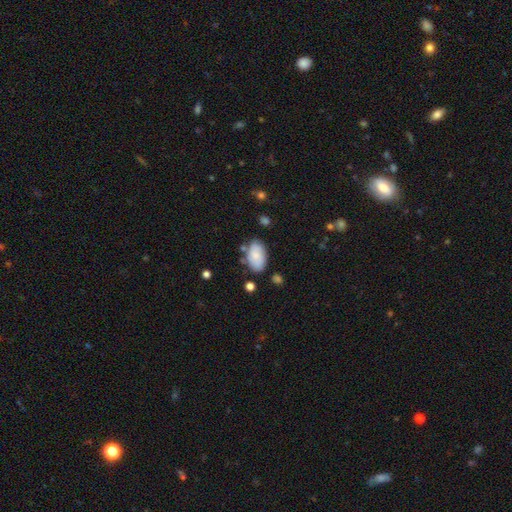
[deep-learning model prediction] A smooth galaxy with no disk features (79%) that is in between round and cigar-shaped (93%).

Vote fractions:
- Smooth or featured? smooth: 79% / featured or disk: 14% / star or artifact: 7%
- How rounded? in between: 93% / round: 5% / cigar-shaped: 1%
- Merging? none: 67% / minor disturbance: 21% / merger: 7% / major disturbance: 5%